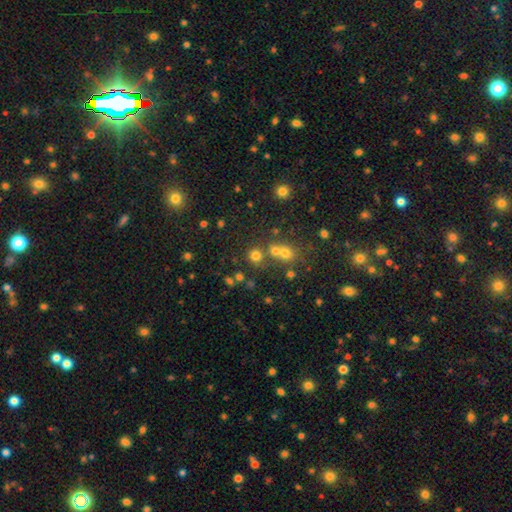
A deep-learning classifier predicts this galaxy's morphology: This appears to be a smooth galaxy with no disk features (71%) that is round (89%). Merging: none (66%).